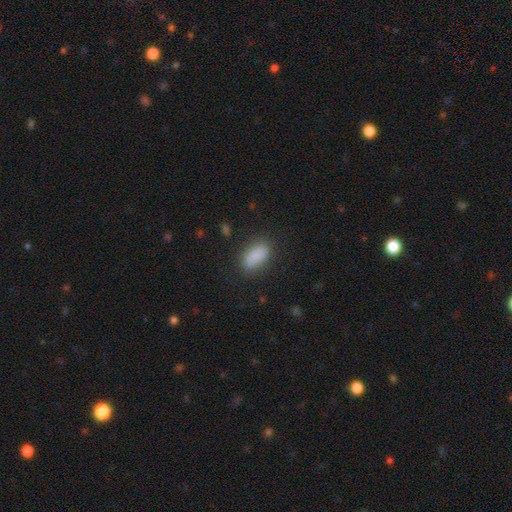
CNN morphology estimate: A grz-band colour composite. It shows a smooth galaxy with no disk features (87%) that is in between round and cigar-shaped (88%). Merging: none (81%).